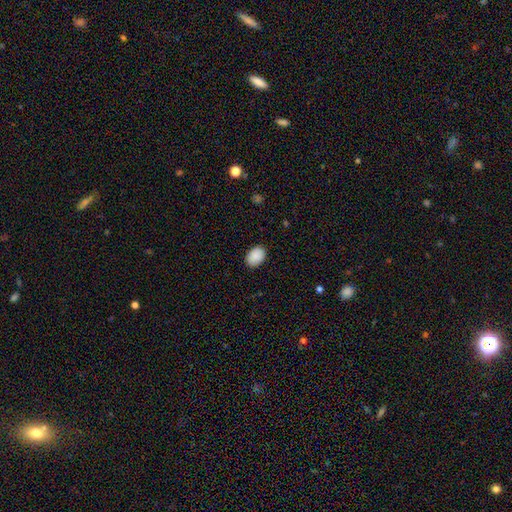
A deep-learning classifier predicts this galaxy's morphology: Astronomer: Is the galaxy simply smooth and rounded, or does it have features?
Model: smooth — 90%.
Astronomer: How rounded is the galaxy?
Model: in between — 80%.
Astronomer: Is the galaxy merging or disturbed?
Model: none — 88%.